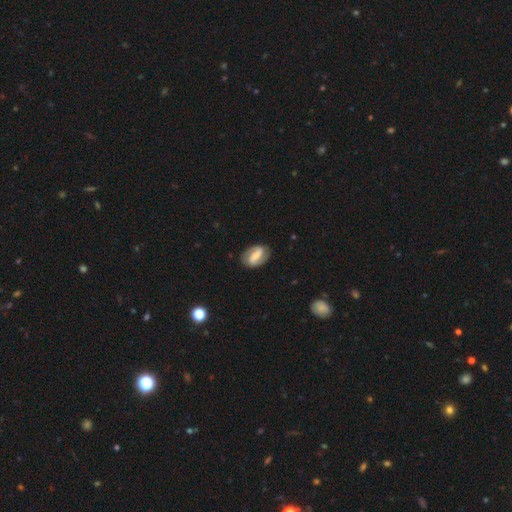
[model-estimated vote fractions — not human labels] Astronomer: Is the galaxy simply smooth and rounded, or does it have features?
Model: featured or disk — 76%.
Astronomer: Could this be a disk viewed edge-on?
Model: no — 97%.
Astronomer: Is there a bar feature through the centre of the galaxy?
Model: strong — 47% (runner-up: weak, 39%).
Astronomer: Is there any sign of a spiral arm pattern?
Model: yes — 91%.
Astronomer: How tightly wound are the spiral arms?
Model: medium — 43% (runner-up: tight, 29%).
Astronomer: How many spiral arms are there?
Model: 2 — 90%.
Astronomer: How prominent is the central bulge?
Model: small — 42% (runner-up: moderate, 40%).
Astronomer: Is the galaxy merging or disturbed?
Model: none — 84%.